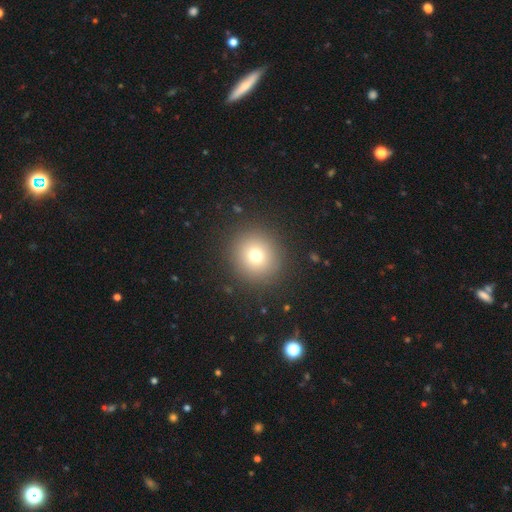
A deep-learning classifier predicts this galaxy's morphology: Smooth or featured: smooth — 73% (star or artifact — 15%)
How rounded: round — 93% (in between — 6%)
Merging: none — 89% (minor disturbance — 6%)